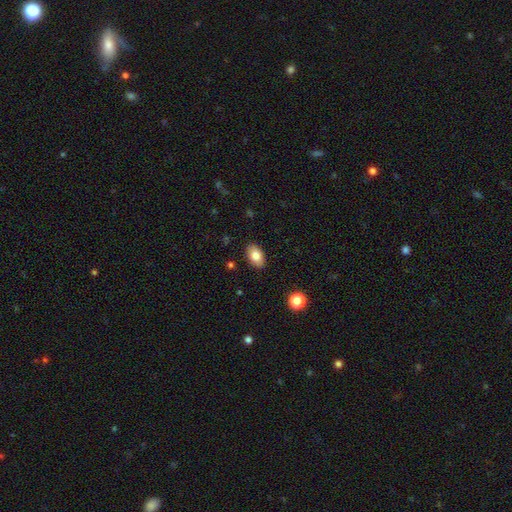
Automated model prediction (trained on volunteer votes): Smooth or featured?
  - smooth: 81% *
  - featured or disk: 11%
  - star or artifact: 8%
How rounded?
  - in between: 92% *
  - round: 7%
  - cigar-shaped: 2%
Merging?
  - none: 88% *
  - minor disturbance: 9%
  - major disturbance: 2%
  - merger: 1%